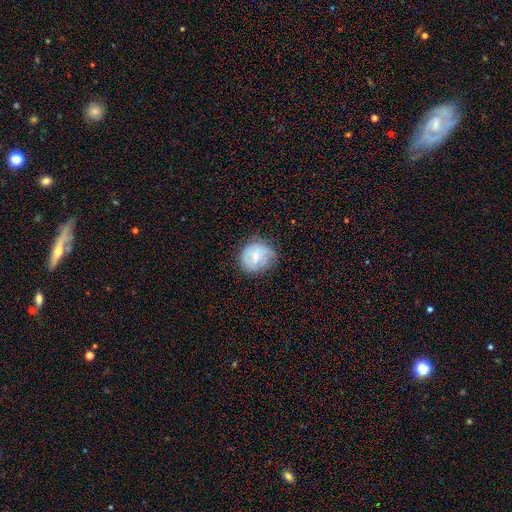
This appears to be a smooth galaxy with no disk features (66%) that is round (80%). Merging: none (68%).